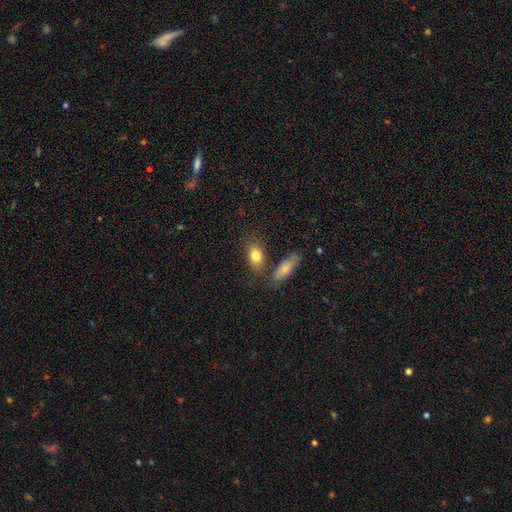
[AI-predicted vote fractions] Morphology: type=smooth (81%); roundness=in between (79%); merging=none (69%).